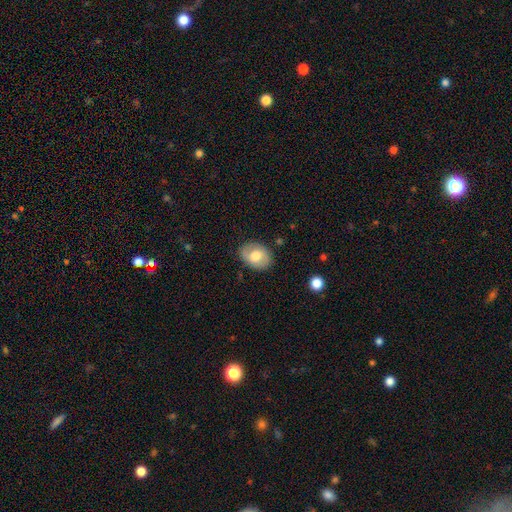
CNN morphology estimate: smooth_or_featured: smooth (p=0.65) [alt: featured or disk p=0.28]
how_rounded: in between (p=0.72) [alt: round p=0.27]
merging: none (p=0.82) [alt: minor disturbance p=0.13]